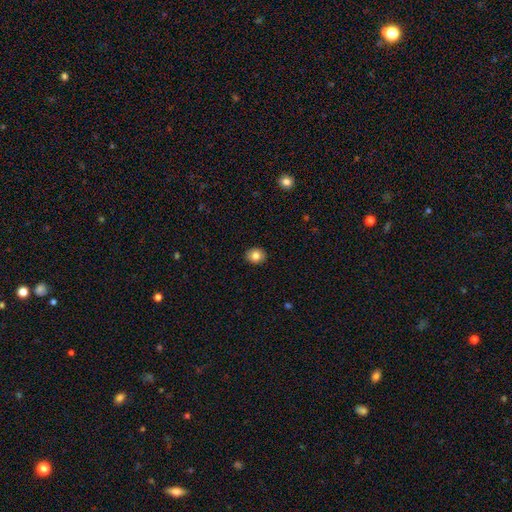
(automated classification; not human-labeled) The model was most divided on "how rounded": round: 69%, in between: 31%, cigar-shaped: 1%. More confident: merging — none (91%); smooth or featured — smooth (83%).